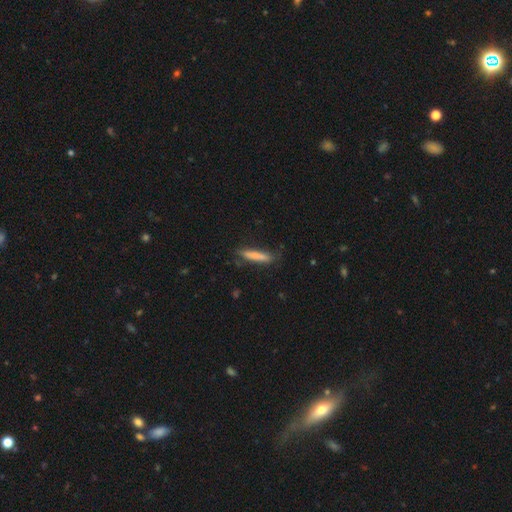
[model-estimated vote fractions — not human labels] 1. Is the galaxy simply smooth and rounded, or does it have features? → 77% smooth, 16% featured or disk, 6% star or artifact.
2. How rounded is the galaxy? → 91% cigar-shaped, 8% in between, 1% round.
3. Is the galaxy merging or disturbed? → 77% none, 17% minor disturbance, 4% major disturbance, 2% merger.